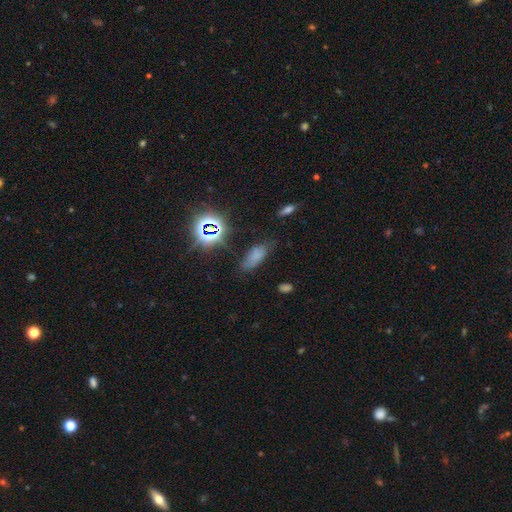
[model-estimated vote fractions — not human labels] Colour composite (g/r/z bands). It shows a smooth galaxy with no disk features (63%) that is in between round and cigar-shaped (81%). Merging: none (60%).